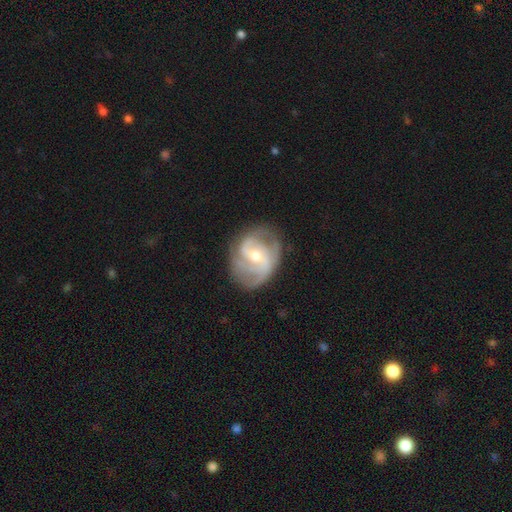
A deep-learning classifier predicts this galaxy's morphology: smooth_or_featured: featured or disk (p=0.82) [alt: smooth p=0.12]
disk_edge_on: no (p=0.98) [alt: yes p=0.02]
bar: weak (p=0.47) [alt: no p=0.38]
has_spiral_arms: yes (p=0.93) [alt: no p=0.07]
spiral_winding: medium (p=0.48) [alt: tight p=0.32]
spiral_arm_count: 2 (p=0.49) [alt: 3 p=0.23]
bulge_size: moderate (p=0.55) [alt: small p=0.40]
merging: none (p=0.68) [alt: minor disturbance p=0.20]